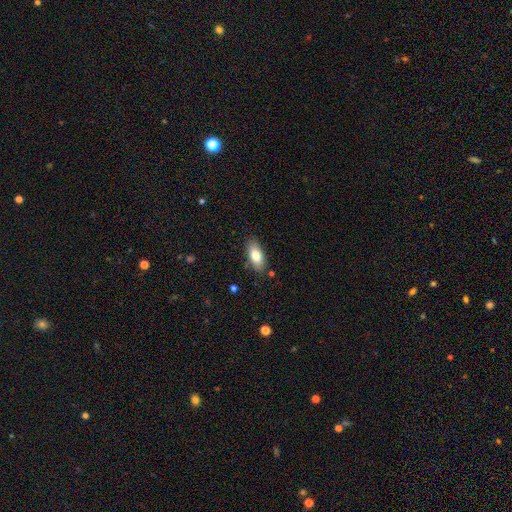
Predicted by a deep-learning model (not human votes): Morphology: type=smooth (79%); roundness=in between (87%); merging=none (84%).